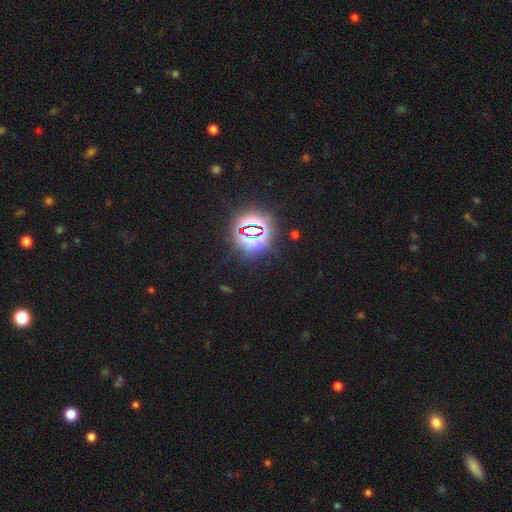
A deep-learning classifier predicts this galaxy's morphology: Overall: star or artifact (84%).